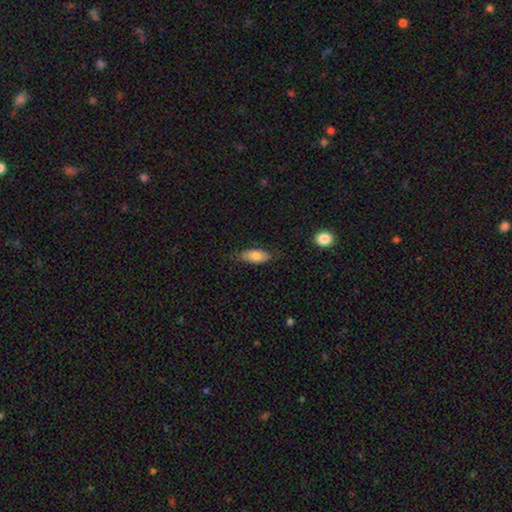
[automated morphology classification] The model was most divided on "merging": none: 74%, minor disturbance: 21%, major disturbance: 4%, merger: 1%. More confident: how rounded — in between (82%); smooth or featured — smooth (80%).